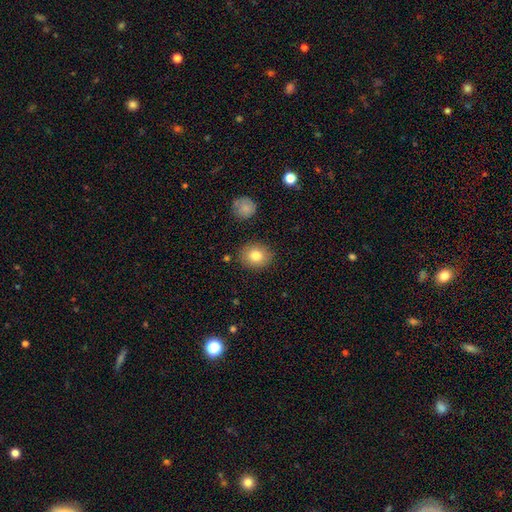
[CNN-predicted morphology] Q: Smooth or featured?
A: smooth (80%); runner-up: featured or disk (11%)
Q: How rounded?
A: round (68%); runner-up: in between (31%)
Q: Merging?
A: none (86%); runner-up: minor disturbance (9%)